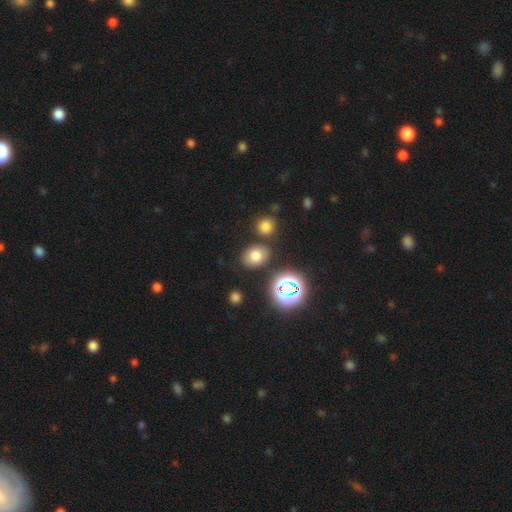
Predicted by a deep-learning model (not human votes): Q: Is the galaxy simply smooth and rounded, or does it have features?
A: smooth — 72%.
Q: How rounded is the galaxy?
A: in between — 64%.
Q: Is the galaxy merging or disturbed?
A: none — 79%.